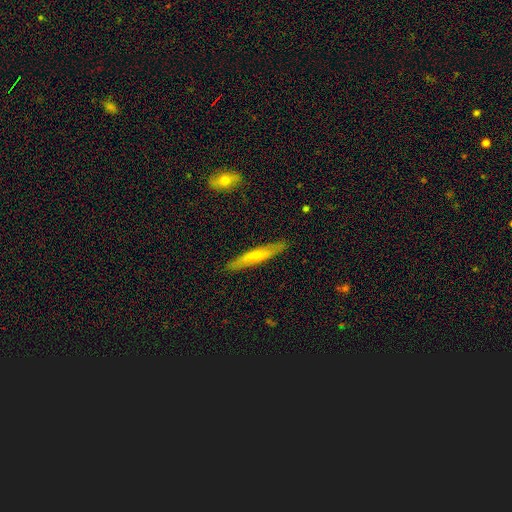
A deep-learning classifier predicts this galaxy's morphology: A featured or disk galaxy (47%, tied with smooth). Merging: none (88%).